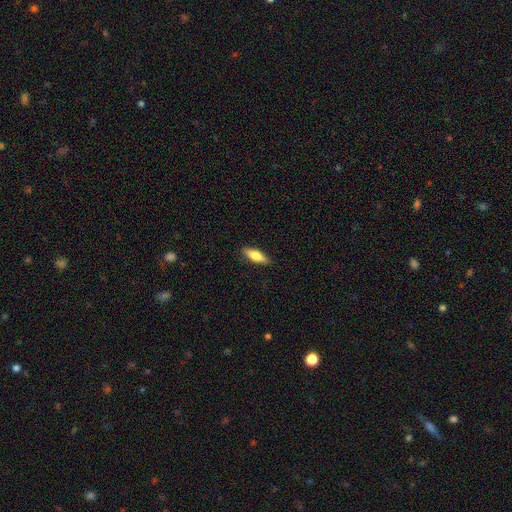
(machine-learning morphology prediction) Q: Smooth or featured?
A: smooth (71%); runner-up: featured or disk (23%)
Q: How rounded?
A: in between (54%); runner-up: cigar-shaped (43%)
Q: Merging?
A: none (88%); runner-up: minor disturbance (10%)